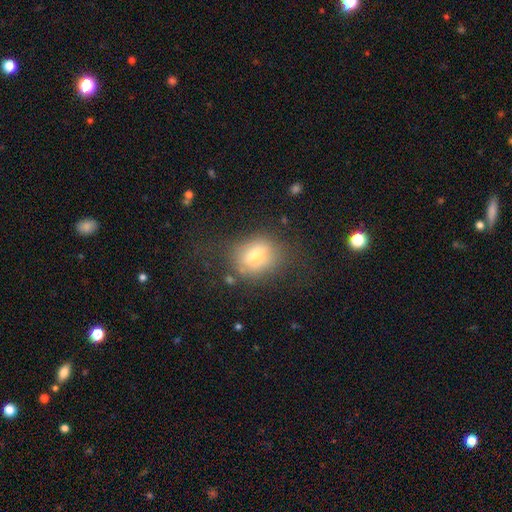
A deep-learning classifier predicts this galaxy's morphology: The model was most divided on "how rounded": in between: 53%, round: 44%, cigar-shaped: 3%. More confident: merging — none (65%); smooth or featured — smooth (60%).